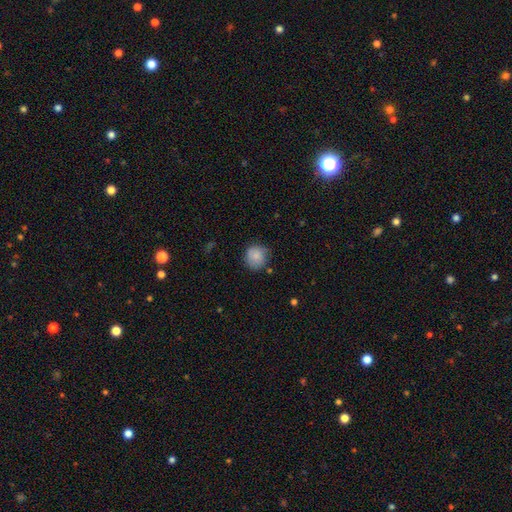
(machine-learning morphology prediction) Smooth or featured: smooth — 83% (featured or disk — 9%)
How rounded: round — 89% (in between — 10%)
Merging: none — 70% (minor disturbance — 23%)